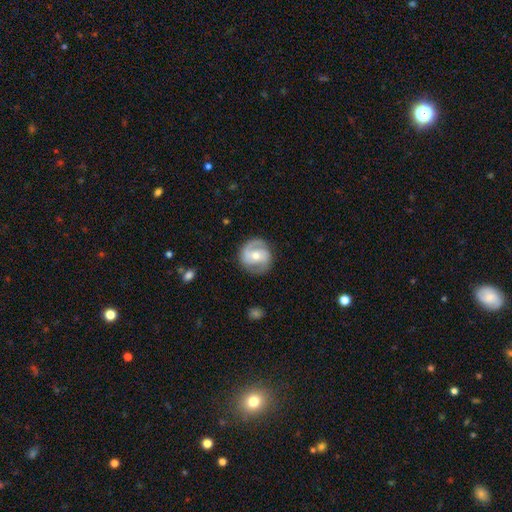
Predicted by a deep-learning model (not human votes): Smooth or featured? featured or disk (80%)
Edge-on disk? no (98%)
Bar? weak (41%)
Spiral arms? yes (93%)
Spiral winding? medium (48%)
Spiral arm count? 2 (85%)
Bulge size? moderate (58%)
Merging? none (81%)